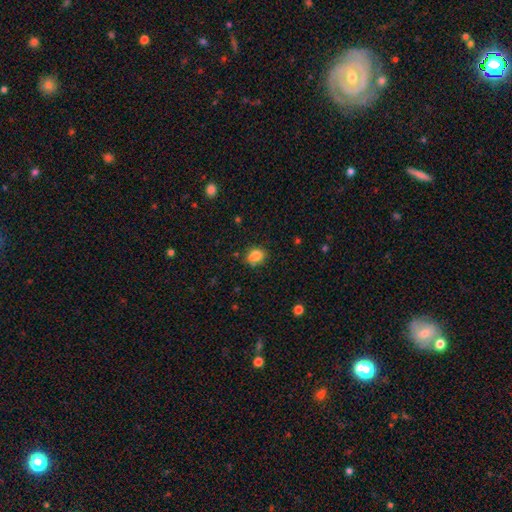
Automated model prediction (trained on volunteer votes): Smooth or featured: smooth — 83% (star or artifact — 10%)
How rounded: in between — 53% (round — 46%)
Merging: none — 68% (minor disturbance — 20%)